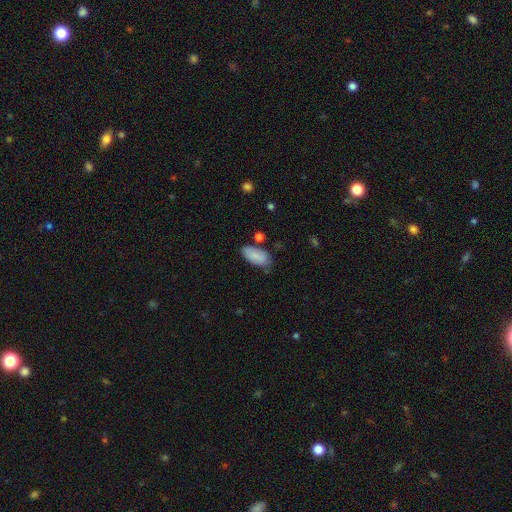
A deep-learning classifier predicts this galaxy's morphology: Smooth or featured? smooth (84%)
How rounded? in between (92%)
Merging? none (63%)